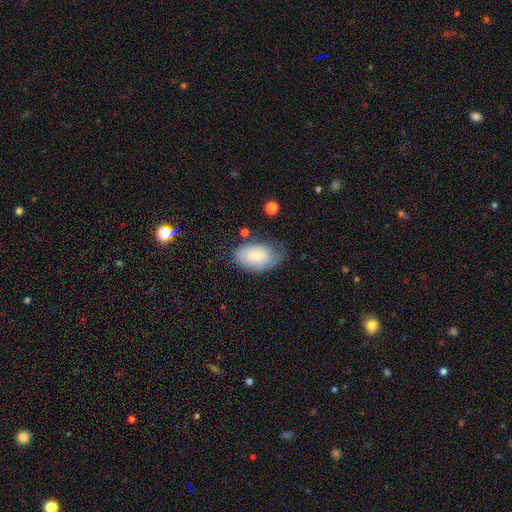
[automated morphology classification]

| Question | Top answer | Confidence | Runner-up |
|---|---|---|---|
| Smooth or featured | smooth | 76% | featured or disk (17%) |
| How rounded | in between | 93% | round (6%) |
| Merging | none | 57% | minor disturbance (31%) |